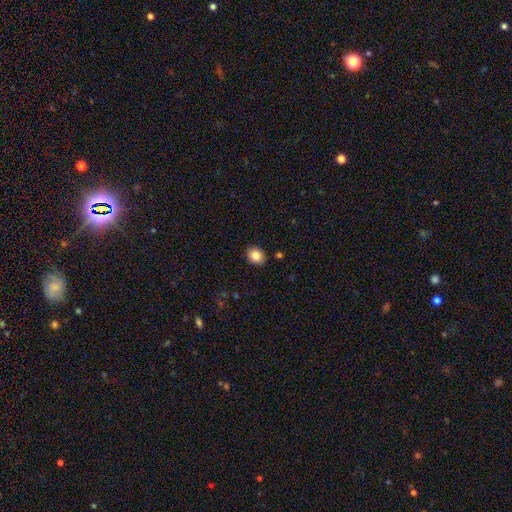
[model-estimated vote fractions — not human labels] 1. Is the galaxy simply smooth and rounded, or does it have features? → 84% smooth, 9% star or artifact, 7% featured or disk.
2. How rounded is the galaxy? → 60% round, 39% in between, 1% cigar-shaped.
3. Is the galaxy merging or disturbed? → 90% none, 7% minor disturbance, 2% major disturbance, 1% merger.